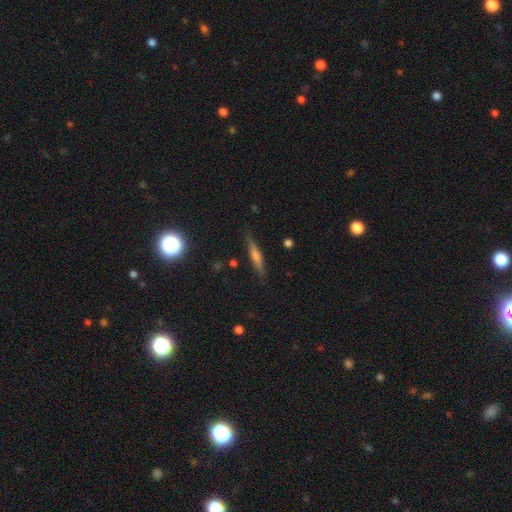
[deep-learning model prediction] Smooth or featured?
  - featured or disk: 46% *
  - smooth: 44%
  - star or artifact: 10%
Merging?
  - none: 85% *
  - minor disturbance: 11%
  - major disturbance: 2%
  - merger: 2%